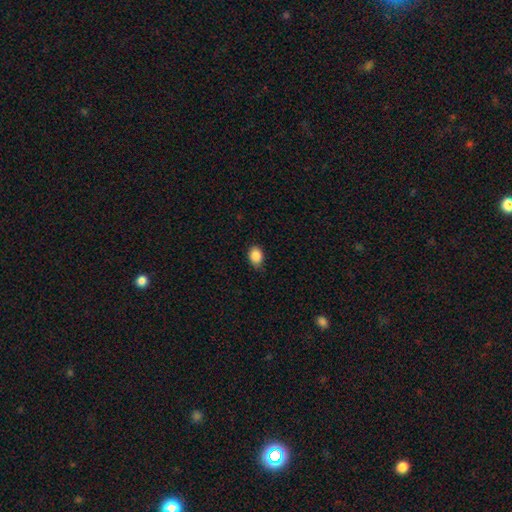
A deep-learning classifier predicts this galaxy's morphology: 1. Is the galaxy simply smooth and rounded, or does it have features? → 88% smooth, 9% star or artifact, 4% featured or disk.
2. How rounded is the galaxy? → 67% in between, 32% round, 1% cigar-shaped.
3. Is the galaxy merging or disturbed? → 74% none, 22% minor disturbance, 3% major disturbance, 1% merger.